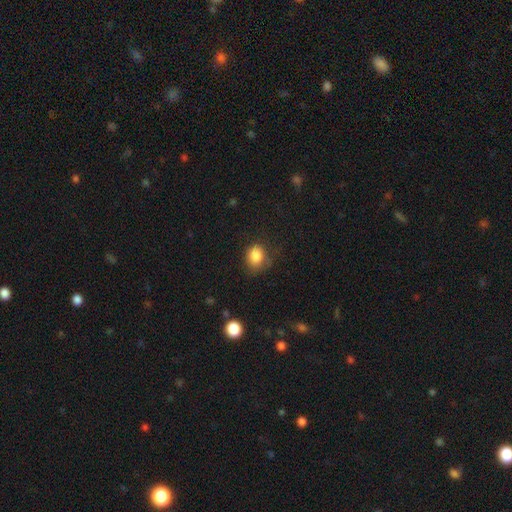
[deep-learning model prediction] smooth-or-featured: smooth: 84% | star or artifact: 10% | featured or disk: 6%
  how-rounded: round: 53% | in between: 46% | cigar-shaped: 1%
  merging: none: 60% | minor disturbance: 27% | major disturbance: 11% | merger: 2%